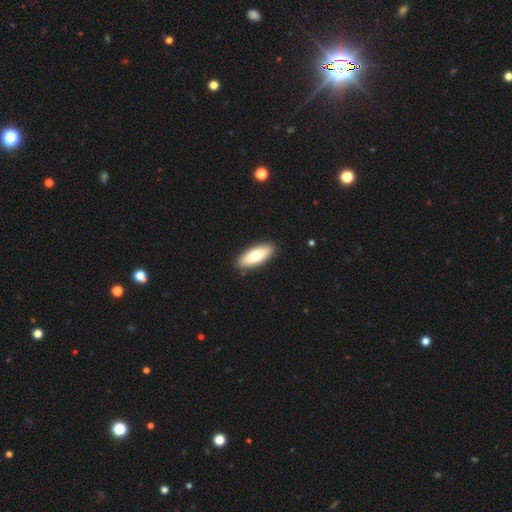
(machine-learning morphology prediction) Smooth or featured? smooth (69%)
How rounded? in between (74%)
Merging? none (90%)